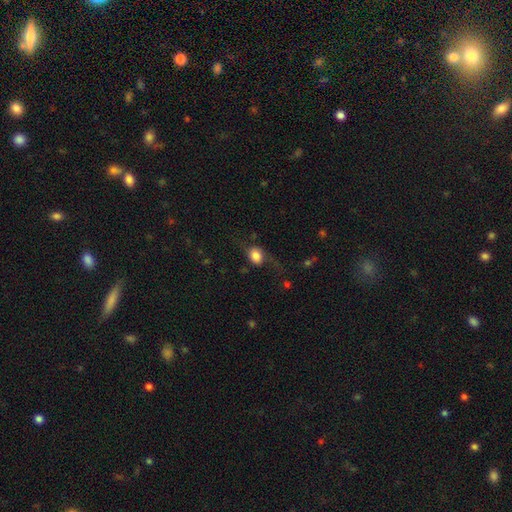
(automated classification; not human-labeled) smooth 69%, featured or disk 22%, star or artifact 9%. Down the decision tree: how rounded — in between (53%); merging — none (50%).